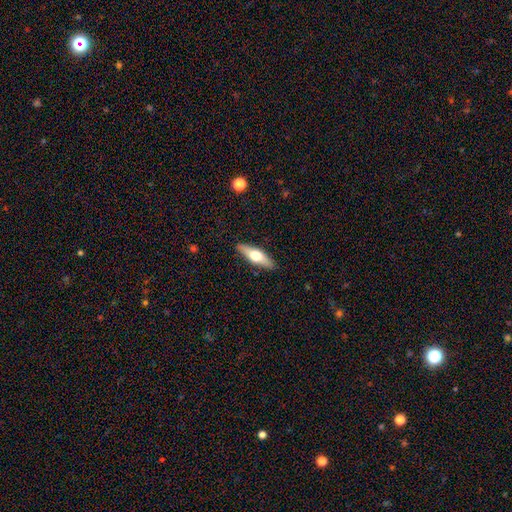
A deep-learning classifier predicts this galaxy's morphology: smooth_or_featured: smooth (p=0.49) [alt: featured or disk p=0.45]
merging: none (p=0.88) [alt: minor disturbance p=0.09]